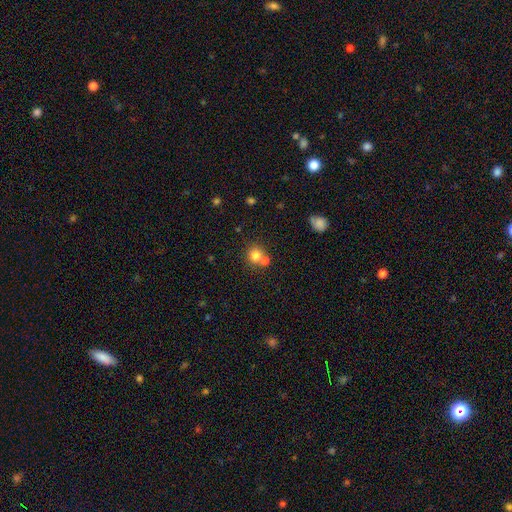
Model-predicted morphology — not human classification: Smooth or featured? Predicted: smooth (p=0.78). How rounded? Predicted: round (p=0.88). Merging? Predicted: none (p=0.55).